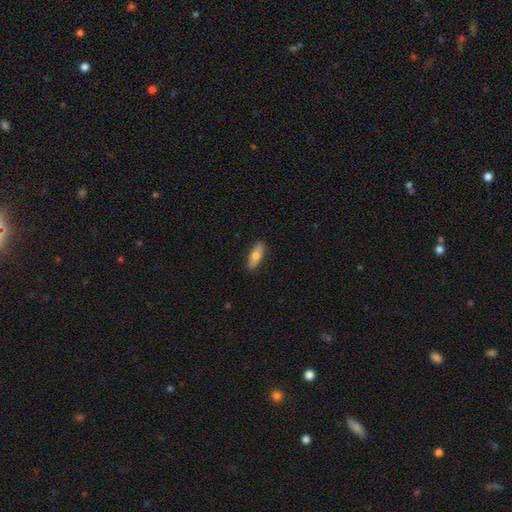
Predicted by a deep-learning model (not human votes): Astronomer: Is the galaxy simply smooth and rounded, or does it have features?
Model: smooth — 69%.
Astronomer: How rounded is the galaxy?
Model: in between — 62%.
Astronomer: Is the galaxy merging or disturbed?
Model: none — 88%.